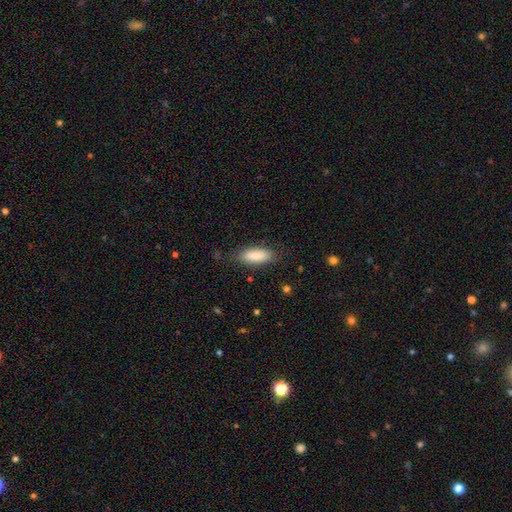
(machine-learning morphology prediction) Q: Smooth or featured?
A: smooth (87%); runner-up: featured or disk (7%)
Q: How rounded?
A: in between (73%); runner-up: cigar-shaped (25%)
Q: Merging?
A: none (80%); runner-up: minor disturbance (15%)